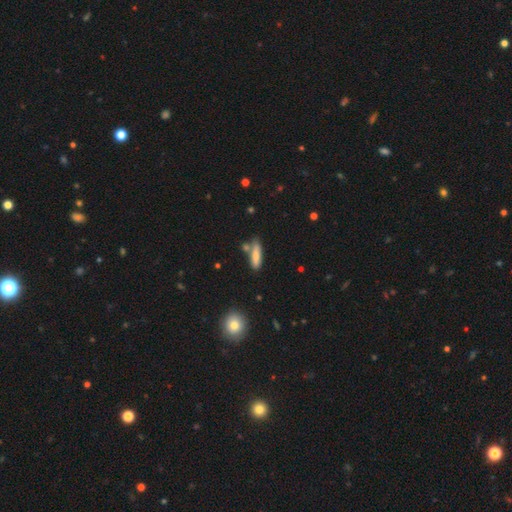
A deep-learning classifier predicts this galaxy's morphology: A smooth galaxy with no disk features (74%) that is cigar-shaped (65%).

Vote fractions:
- Smooth or featured? smooth: 74% / featured or disk: 19% / star or artifact: 7%
- How rounded? cigar-shaped: 65% / in between: 32% / round: 2%
- Merging? none: 71% / minor disturbance: 15% / merger: 11% / major disturbance: 3%